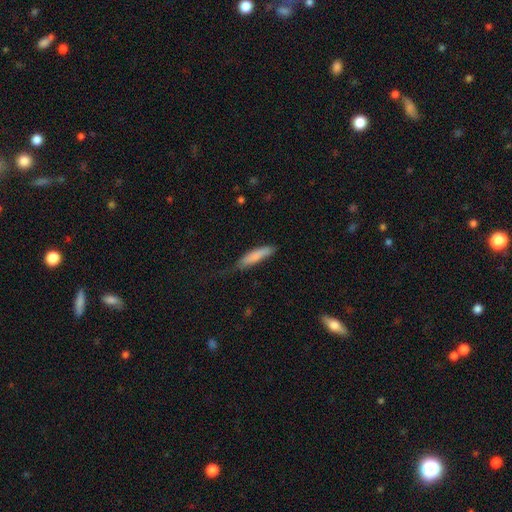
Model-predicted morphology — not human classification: Q: Smooth or featured?
A: smooth (81%); runner-up: featured or disk (13%)
Q: How rounded?
A: cigar-shaped (76%); runner-up: in between (22%)
Q: Merging?
A: none (54%); runner-up: minor disturbance (34%)